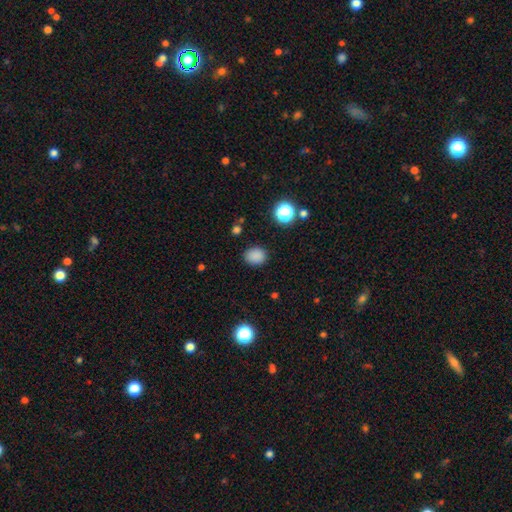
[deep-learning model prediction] smooth 84%, star or artifact 12%, featured or disk 4%. Down the decision tree: how rounded — round (55%); merging — none (85%).